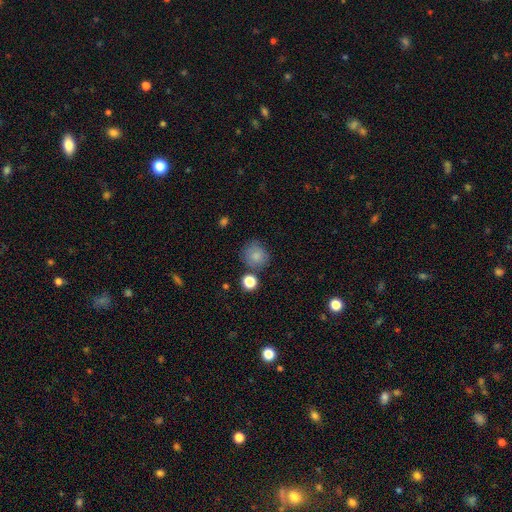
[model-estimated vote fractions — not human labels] Smooth or featured? Predicted: smooth (p=0.83). How rounded? Predicted: round (p=0.85). Merging? Predicted: none (p=0.72).